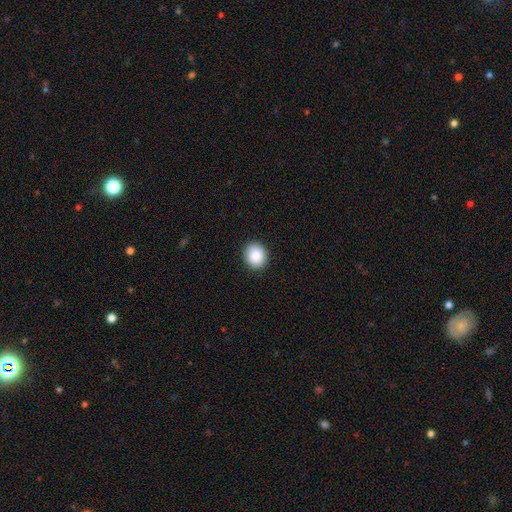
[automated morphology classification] smooth_or_featured: smooth (p=0.89) [alt: star or artifact p=0.08]
how_rounded: round (p=0.71) [alt: in between p=0.28]
merging: none (p=0.91) [alt: minor disturbance p=0.06]